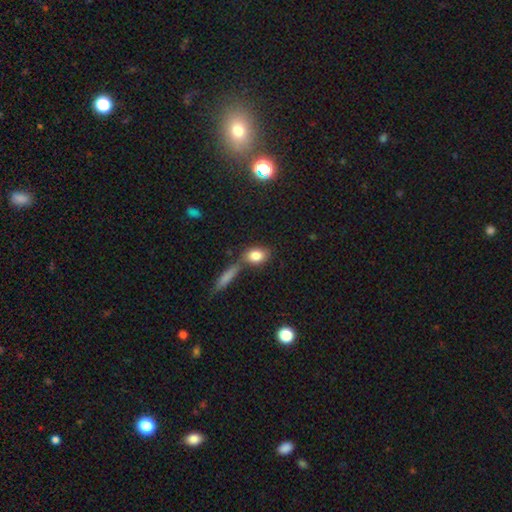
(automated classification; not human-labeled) smooth 82%, featured or disk 9%, star or artifact 9%. Down the decision tree: how rounded — in between (72%); merging — none (59%).